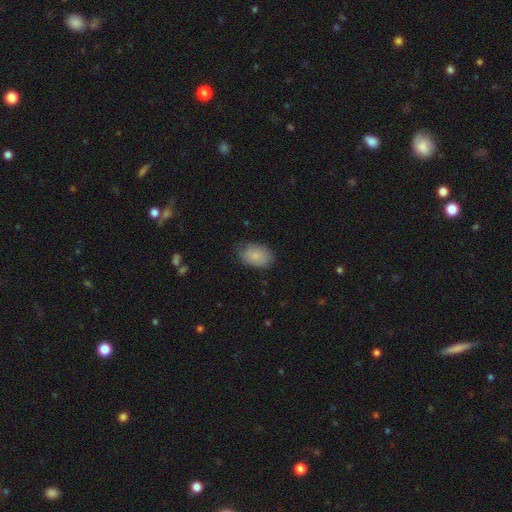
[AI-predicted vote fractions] This is clearly a smooth galaxy (85%). How rounded: clearly in between (88%). Merging: likely none (72%).